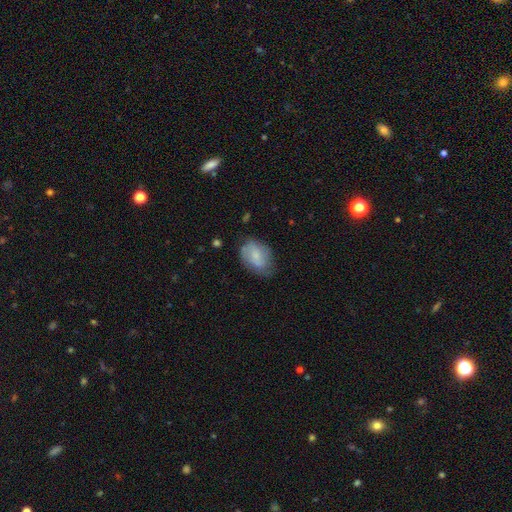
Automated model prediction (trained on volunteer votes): Smooth or featured? smooth (57%)
How rounded? in between (76%)
Merging? none (57%)